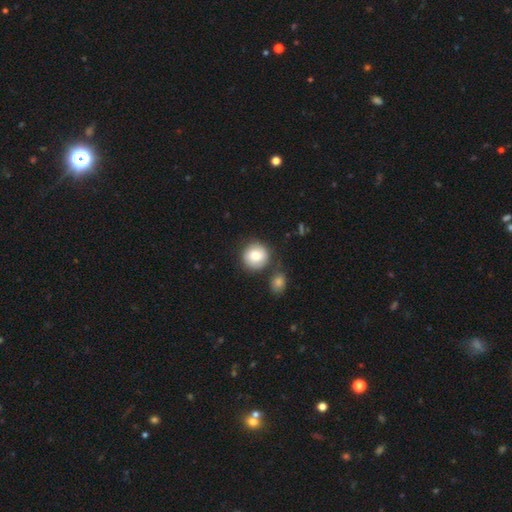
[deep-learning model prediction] This is likely a smooth galaxy (74%). How rounded: clearly round (91%). Merging: likely none (71%).